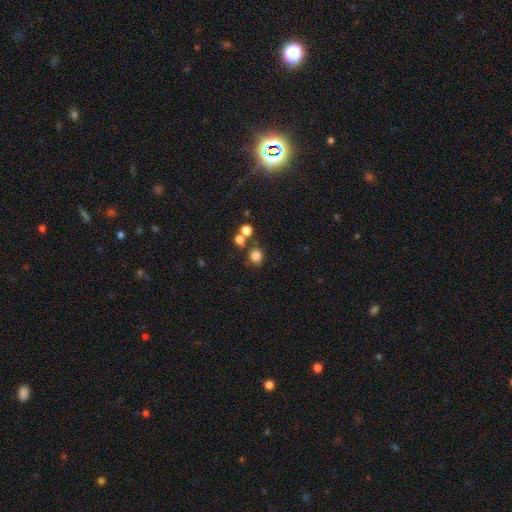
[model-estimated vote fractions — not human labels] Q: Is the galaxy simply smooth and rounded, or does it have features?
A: smooth — 80%.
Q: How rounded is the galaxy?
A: round — 79%.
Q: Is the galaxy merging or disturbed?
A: none — 65%.